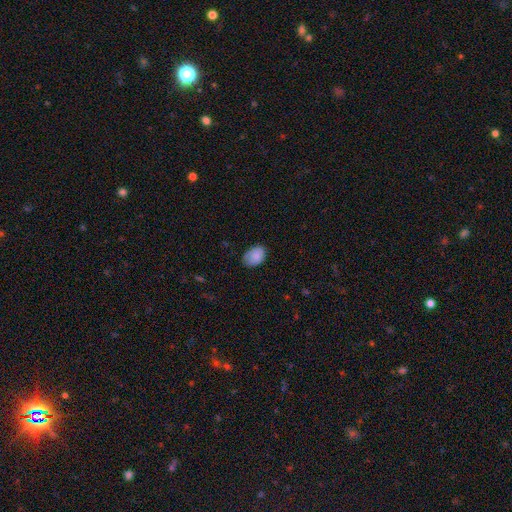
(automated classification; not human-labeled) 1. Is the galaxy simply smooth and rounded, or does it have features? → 87% smooth, 7% star or artifact, 6% featured or disk.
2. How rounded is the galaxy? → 84% in between, 15% round, 1% cigar-shaped.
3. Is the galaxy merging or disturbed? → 75% none, 20% minor disturbance, 4% major disturbance, 1% merger.